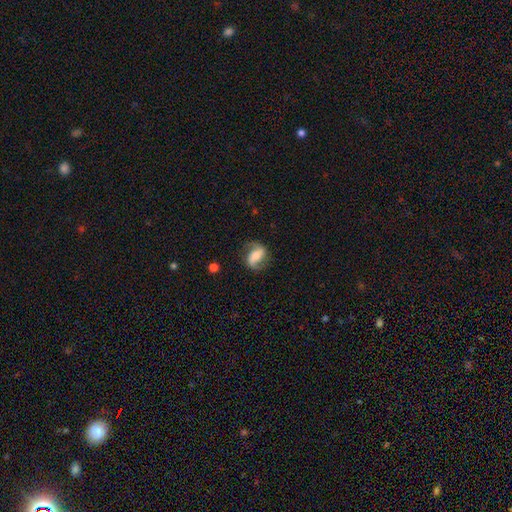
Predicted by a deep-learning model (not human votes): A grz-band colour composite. It shows a featured or disk galaxy (68%) with a strong bar (39%), 2 (88%) medium (41%, tied with loose) spiral arms (91%) and a moderate central bulge (42%). Merging: none (74%).